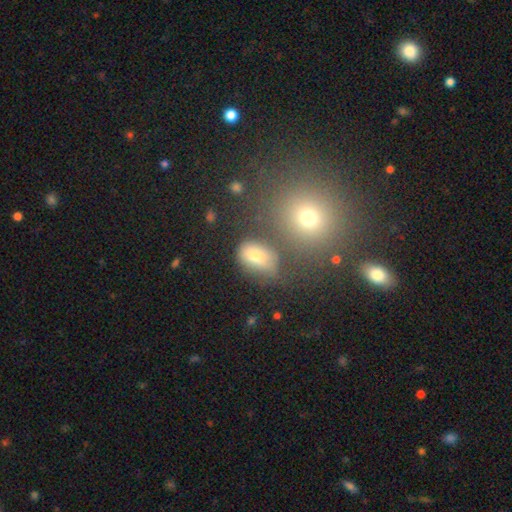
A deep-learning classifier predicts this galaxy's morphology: Smooth or featured? smooth (68%)
How rounded? in between (72%)
Merging? none (62%)